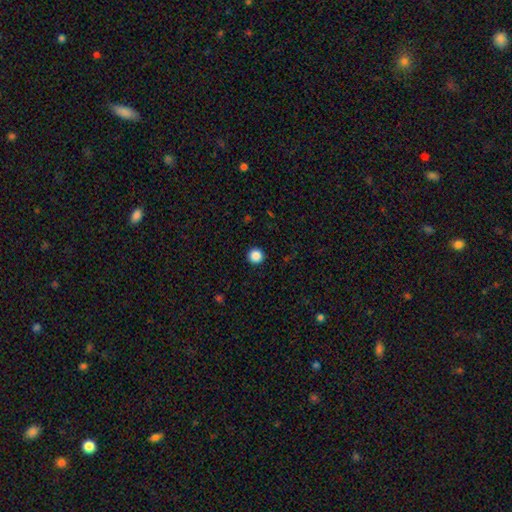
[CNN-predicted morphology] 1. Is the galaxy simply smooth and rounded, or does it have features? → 88% smooth, 10% star or artifact, 2% featured or disk.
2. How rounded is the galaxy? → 96% round, 3% in between, 1% cigar-shaped.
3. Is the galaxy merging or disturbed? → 94% none, 4% minor disturbance, 2% major disturbance, 1% merger.